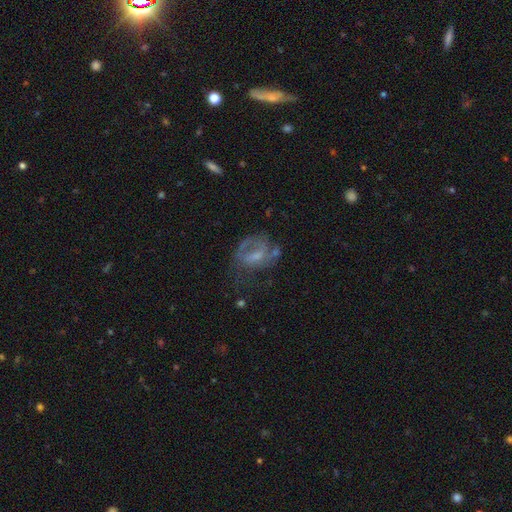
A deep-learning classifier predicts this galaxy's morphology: smooth_or_featured: featured or disk (p=0.62) [alt: smooth p=0.27]
disk_edge_on: no (p=0.96) [alt: yes p=0.04]
bar: no (p=0.45) [alt: weak p=0.42]
has_spiral_arms: yes (p=0.56) [alt: no p=0.44]
bulge_size: small (p=0.33) [alt: moderate p=0.31]
merging: none (p=0.39) [alt: major disturbance p=0.34]